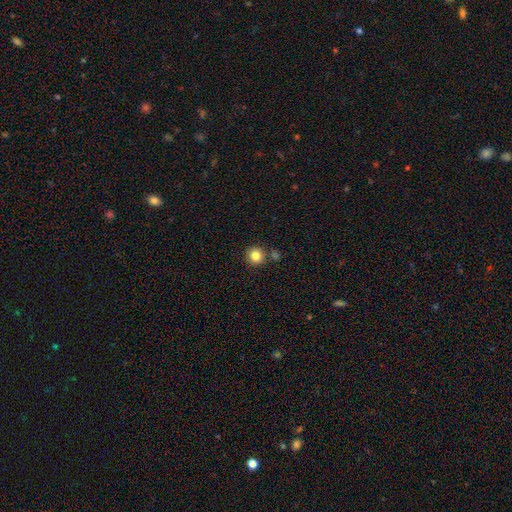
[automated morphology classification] A smooth galaxy with no disk features (84%) that is round (92%). Merging: none (80%).